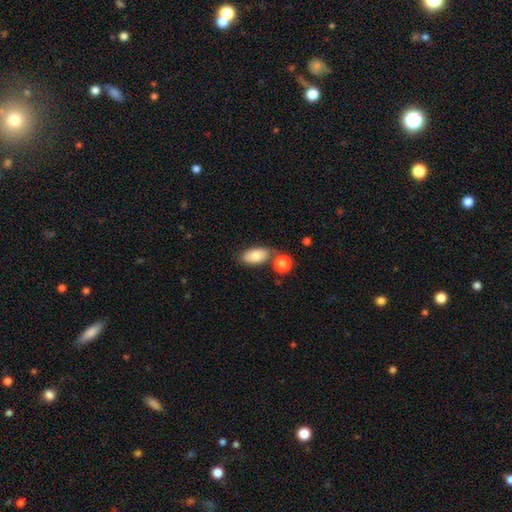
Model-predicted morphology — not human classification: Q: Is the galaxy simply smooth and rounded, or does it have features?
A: smooth — 79%.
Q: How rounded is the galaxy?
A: in between — 92%.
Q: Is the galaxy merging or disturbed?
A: none — 67%.